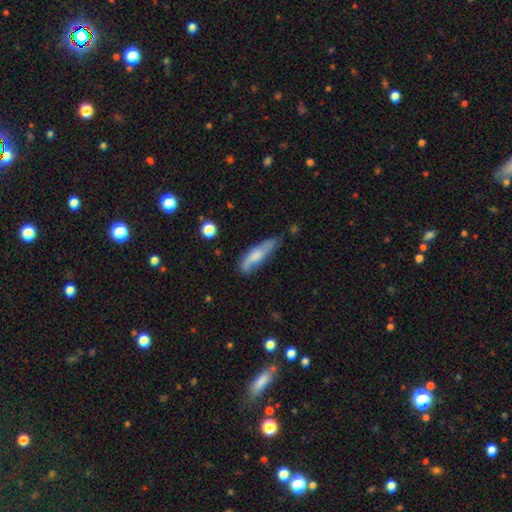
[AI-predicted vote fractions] The model was most divided on "smooth or featured": smooth: 54%, featured or disk: 39%, star or artifact: 7%. More confident: how rounded — cigar-shaped (65%); merging — none (61%).